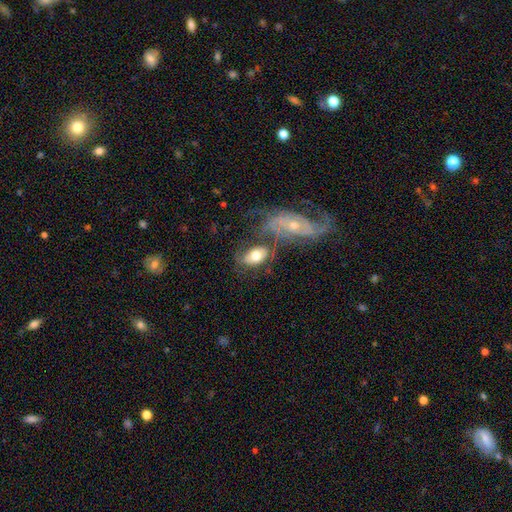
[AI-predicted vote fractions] smooth_or_featured: smooth (p=0.57) [alt: featured or disk p=0.36]
how_rounded: in between (p=0.88) [alt: round p=0.10]
merging: none (p=0.43) [alt: merger p=0.26]